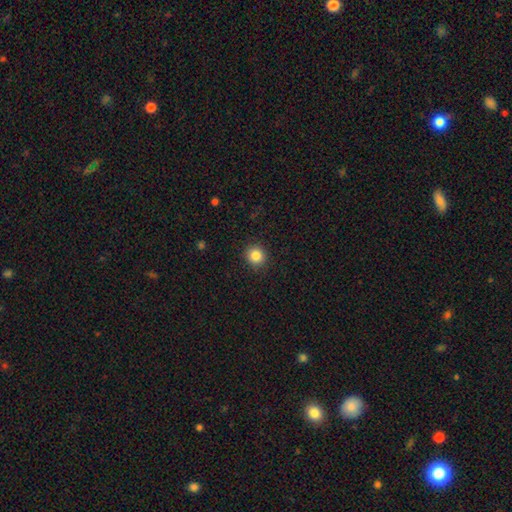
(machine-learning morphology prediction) Q: Smooth or featured?
A: smooth (85%); runner-up: star or artifact (10%)
Q: How rounded?
A: round (91%); runner-up: in between (8%)
Q: Merging?
A: none (91%); runner-up: minor disturbance (6%)